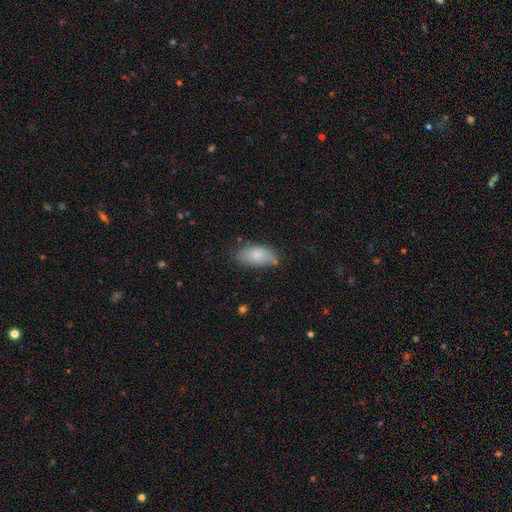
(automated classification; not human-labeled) Smooth or featured? smooth (83%)
How rounded? in between (92%)
Merging? none (64%)